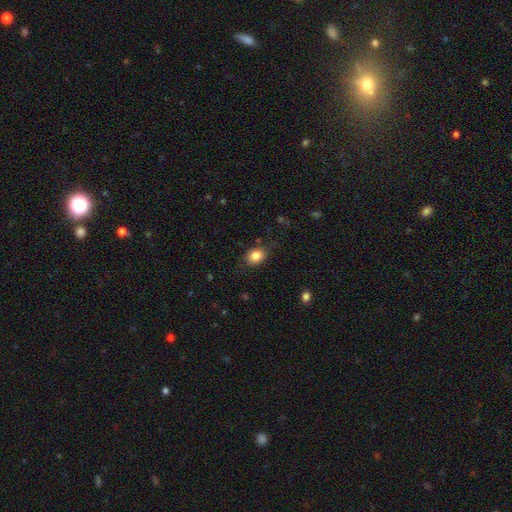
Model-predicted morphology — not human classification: smooth 83%, star or artifact 10%, featured or disk 7%. Down the decision tree: how rounded — round (51%); merging — none (80%).